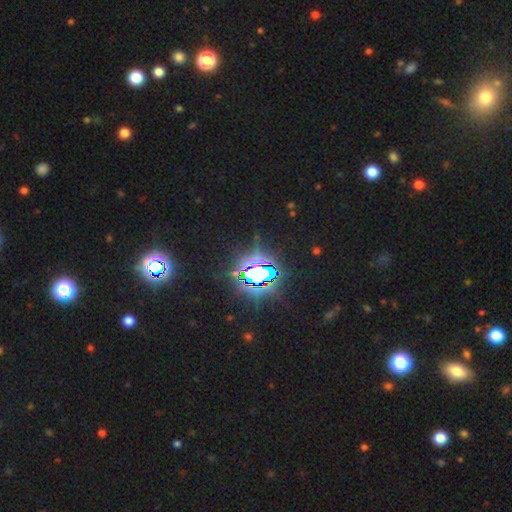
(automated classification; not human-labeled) Q: Smooth or featured?
A: star or artifact (83%); runner-up: smooth (11%)